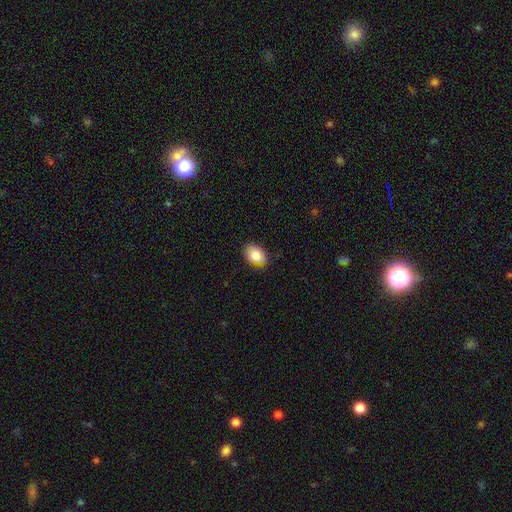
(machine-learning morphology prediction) type=smooth (83%); roundness=in between (81%); merging=none (81%).